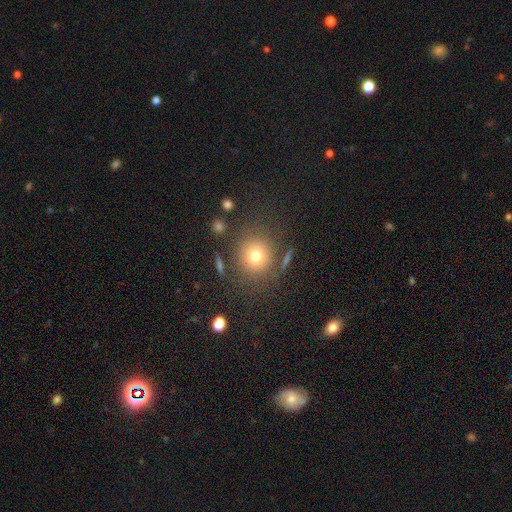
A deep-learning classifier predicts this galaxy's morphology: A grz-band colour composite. It shows a smooth galaxy with no disk features (75%) that is round (86%). Merging: none (79%).